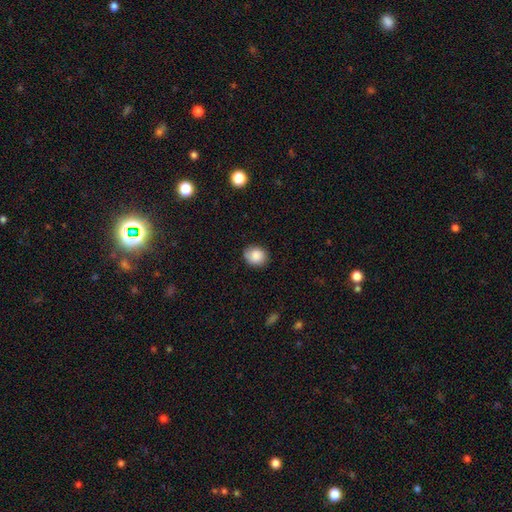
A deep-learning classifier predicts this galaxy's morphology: Q: Smooth or featured?
A: smooth (84%); runner-up: star or artifact (8%)
Q: How rounded?
A: round (64%); runner-up: in between (35%)
Q: Merging?
A: none (78%); runner-up: minor disturbance (17%)